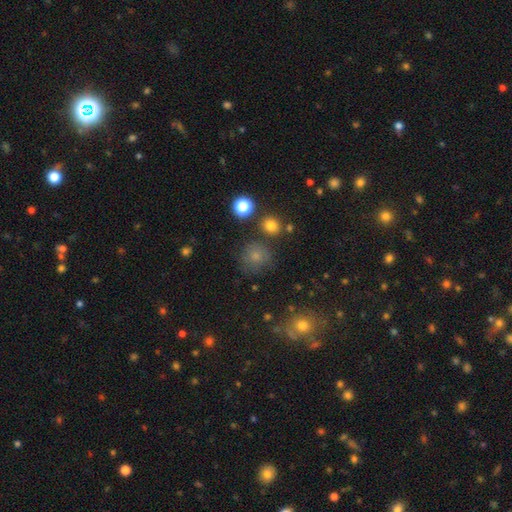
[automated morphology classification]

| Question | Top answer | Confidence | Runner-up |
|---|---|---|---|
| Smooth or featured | smooth | 74% | star or artifact (17%) |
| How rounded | round | 89% | in between (10%) |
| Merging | none | 74% | minor disturbance (15%) |